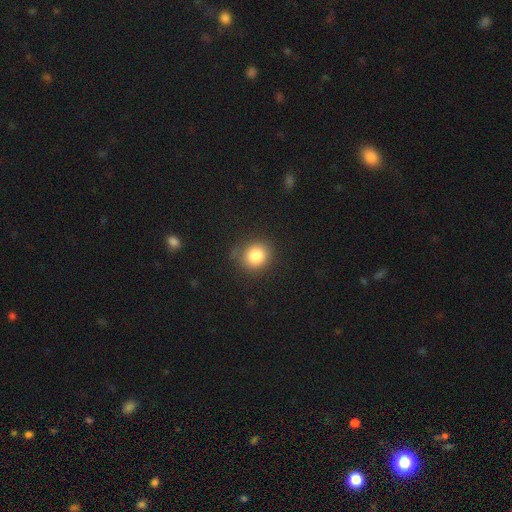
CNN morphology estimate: Smooth or featured?
  - smooth: 83% *
  - star or artifact: 10%
  - featured or disk: 6%
How rounded?
  - round: 81% *
  - in between: 18%
  - cigar-shaped: 1%
Merging?
  - none: 82% *
  - minor disturbance: 13%
  - major disturbance: 4%
  - merger: 2%